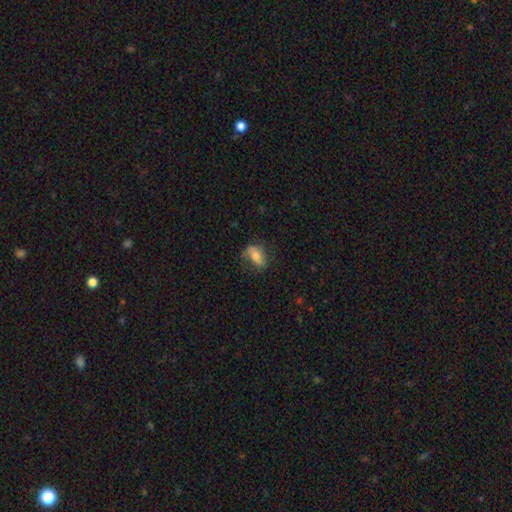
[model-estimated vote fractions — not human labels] This appears to be a smooth galaxy with no disk features (57%) that is in between round and cigar-shaped (80%). Merging: none (58%).